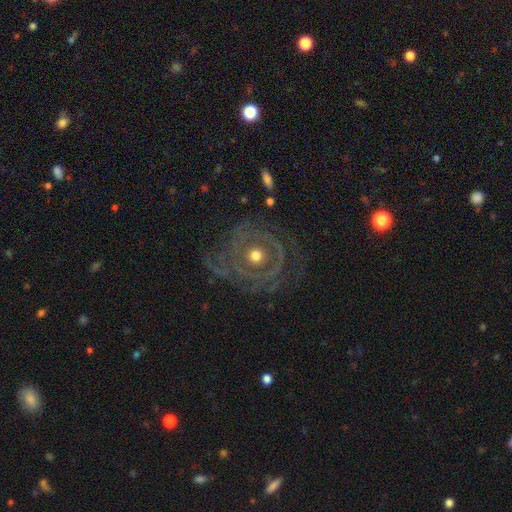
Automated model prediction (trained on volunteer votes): A featured or disk galaxy (75%) with no bar (89%), spiral arms (62%) and a moderate central bulge (68%). Merging: none (65%).